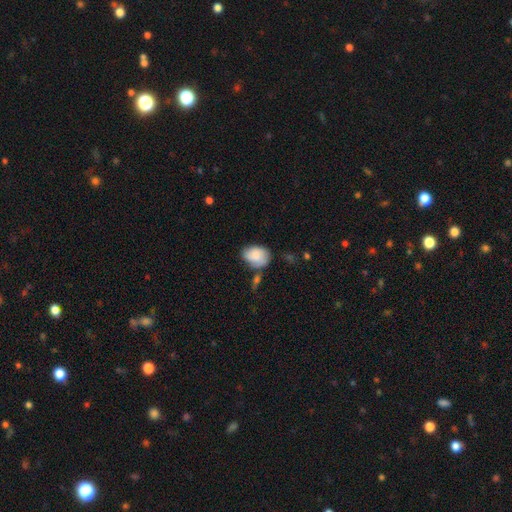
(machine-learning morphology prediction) smooth 81%, featured or disk 12%, star or artifact 7%. Down the decision tree: how rounded — in between (74%); merging — none (51%).